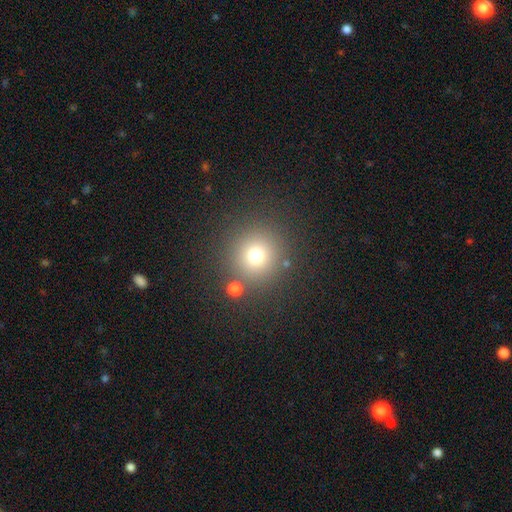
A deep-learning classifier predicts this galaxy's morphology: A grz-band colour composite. It shows a smooth galaxy with no disk features (73%) that is round (94%). Merging: none (84%).